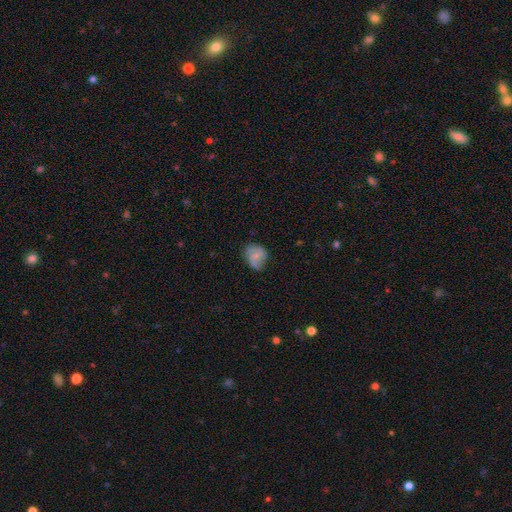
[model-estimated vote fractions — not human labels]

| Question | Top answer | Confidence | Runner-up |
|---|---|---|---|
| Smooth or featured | smooth | 51% | featured or disk (41%) |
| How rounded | round | 59% | in between (40%) |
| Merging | none | 57% | minor disturbance (31%) |